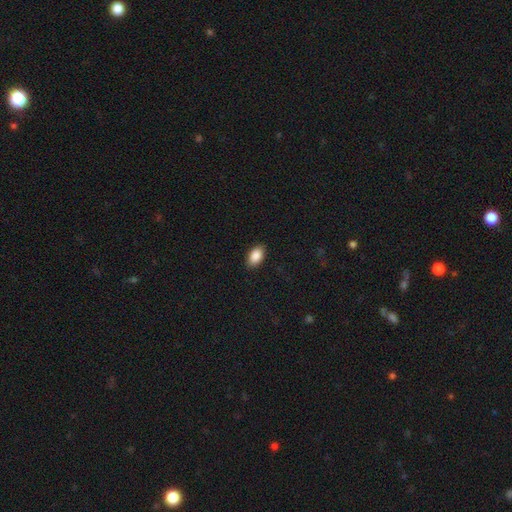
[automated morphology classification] smooth-or-featured: smooth: 89% | star or artifact: 7% | featured or disk: 4%
  how-rounded: in between: 93% | round: 5% | cigar-shaped: 2%
  merging: none: 89% | minor disturbance: 8% | major disturbance: 2% | merger: 1%